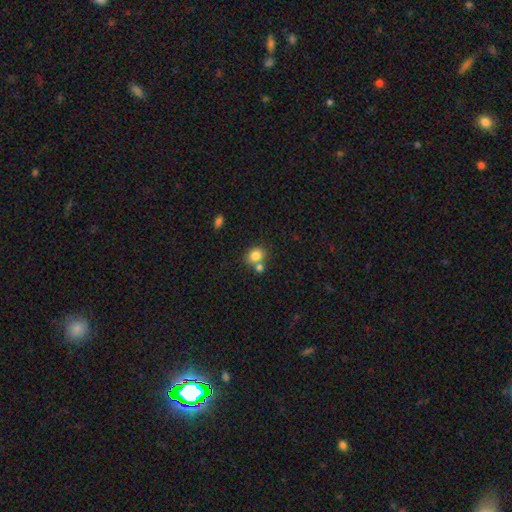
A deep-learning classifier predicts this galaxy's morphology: type=smooth (81%); roundness=round (66%); merging=none (56%).